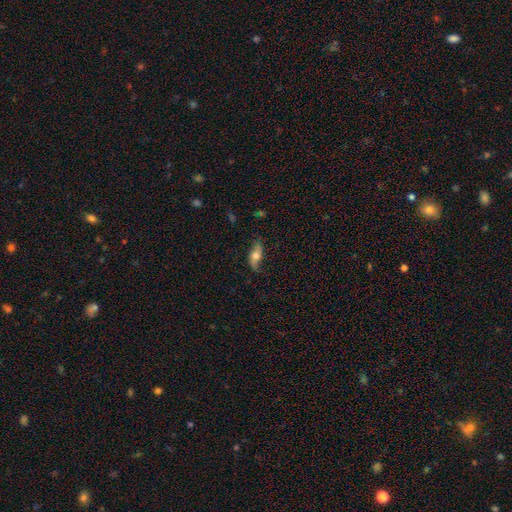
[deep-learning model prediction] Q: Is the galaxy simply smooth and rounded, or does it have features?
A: featured or disk — 57%.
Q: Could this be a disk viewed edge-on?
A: no — 75%.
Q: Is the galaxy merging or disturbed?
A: none — 73%.